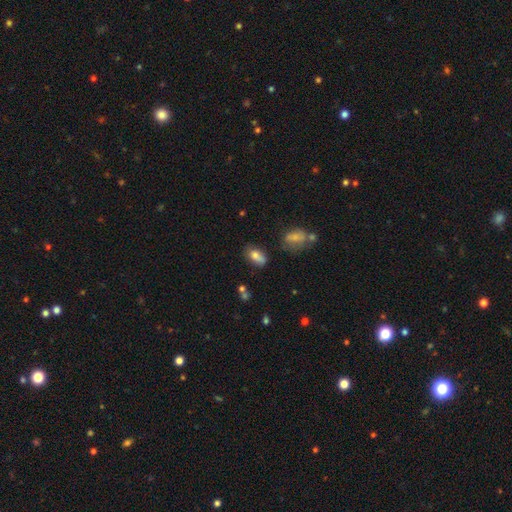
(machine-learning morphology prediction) type=smooth (76%); roundness=in between (87%); merging=none (58%).